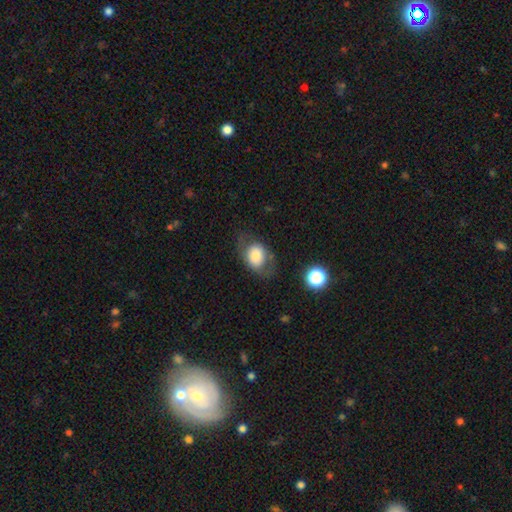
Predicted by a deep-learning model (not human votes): Smooth or featured: smooth — 67% (featured or disk — 24%)
How rounded: in between — 64% (round — 34%)
Merging: none — 64% (minor disturbance — 20%)